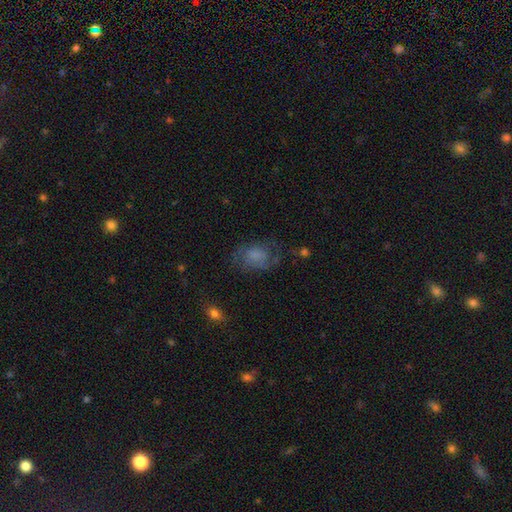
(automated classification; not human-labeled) A smooth galaxy with no disk features (53%) that is in between round and cigar-shaped (71%).

Vote fractions:
- Smooth or featured? smooth: 53% / featured or disk: 34% / star or artifact: 13%
- How rounded? in between: 71% / round: 27% / cigar-shaped: 2%
- Merging? none: 52% / minor disturbance: 24% / major disturbance: 22% / merger: 2%